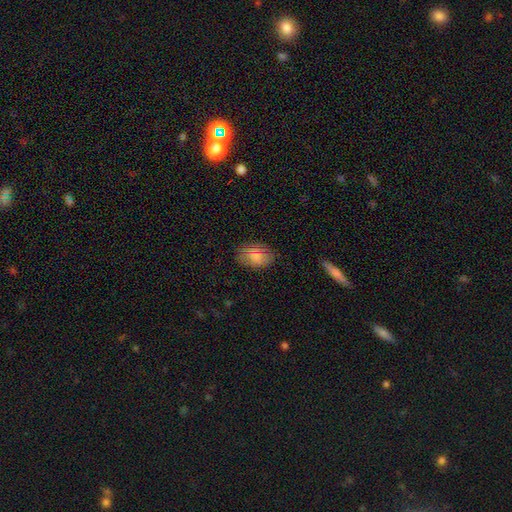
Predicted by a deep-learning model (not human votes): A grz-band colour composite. It shows a smooth galaxy with no disk features (74%) that is in between round and cigar-shaped (87%). Merging: none (81%).